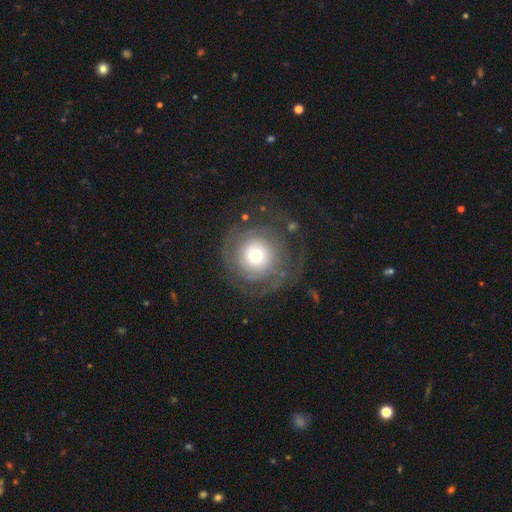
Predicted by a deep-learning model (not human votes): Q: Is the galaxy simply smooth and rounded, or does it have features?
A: featured or disk — 65%.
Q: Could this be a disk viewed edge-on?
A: no — 97%.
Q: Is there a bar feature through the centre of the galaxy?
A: no — 85%.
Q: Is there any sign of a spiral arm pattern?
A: yes — 80%.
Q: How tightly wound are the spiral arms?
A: tight — 67%.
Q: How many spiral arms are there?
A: can't tell — 39%.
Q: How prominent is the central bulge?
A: moderate — 50%.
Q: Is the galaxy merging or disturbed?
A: none — 65%.